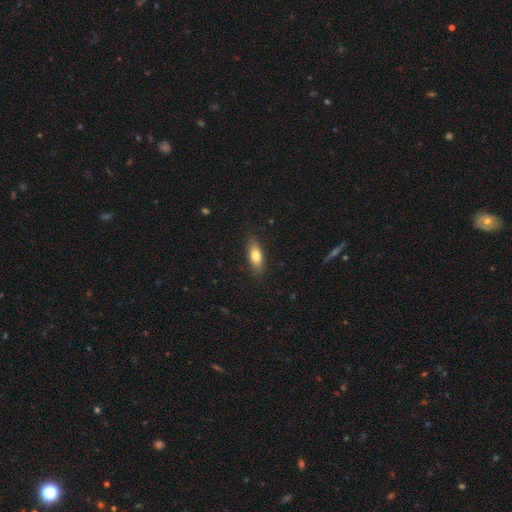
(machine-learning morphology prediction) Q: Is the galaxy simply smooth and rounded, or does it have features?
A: smooth — 75%.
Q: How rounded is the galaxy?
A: in between — 68%.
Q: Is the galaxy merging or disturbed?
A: none — 84%.